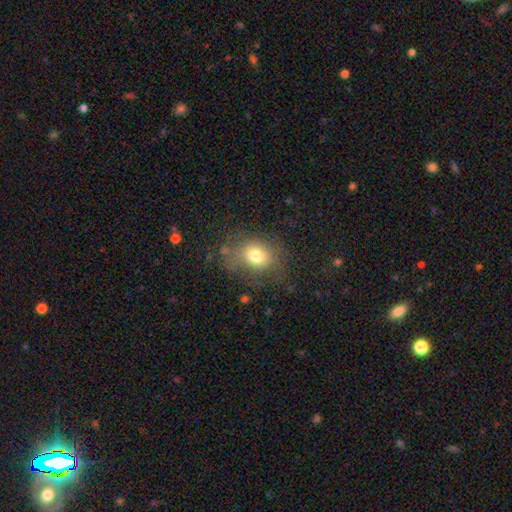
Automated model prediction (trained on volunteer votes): Q: Smooth or featured?
A: smooth (72%); runner-up: featured or disk (16%)
Q: How rounded?
A: round (54%); runner-up: in between (45%)
Q: Merging?
A: none (58%); runner-up: minor disturbance (22%)